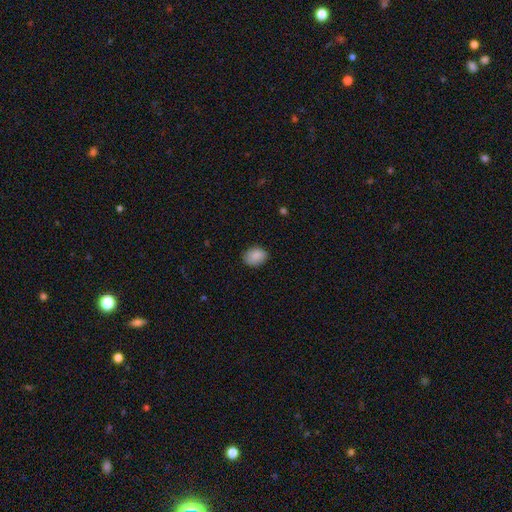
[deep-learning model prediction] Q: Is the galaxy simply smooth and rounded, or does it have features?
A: smooth — 88%.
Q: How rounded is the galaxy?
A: in between — 65%.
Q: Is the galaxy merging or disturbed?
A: none — 84%.